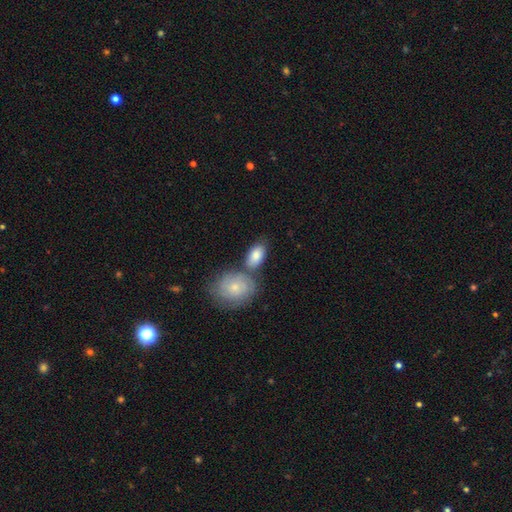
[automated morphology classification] Smooth or featured: smooth — 78% (featured or disk — 16%)
How rounded: in between — 89% (round — 9%)
Merging: none — 56% (merger — 25%)